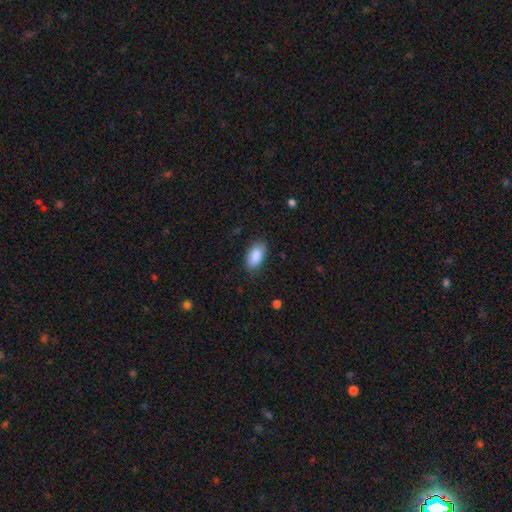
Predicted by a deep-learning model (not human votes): Smooth or featured?
  - smooth: 89% *
  - star or artifact: 6%
  - featured or disk: 5%
How rounded?
  - in between: 93% *
  - cigar-shaped: 4%
  - round: 3%
Merging?
  - none: 83% *
  - minor disturbance: 13%
  - major disturbance: 3%
  - merger: 1%